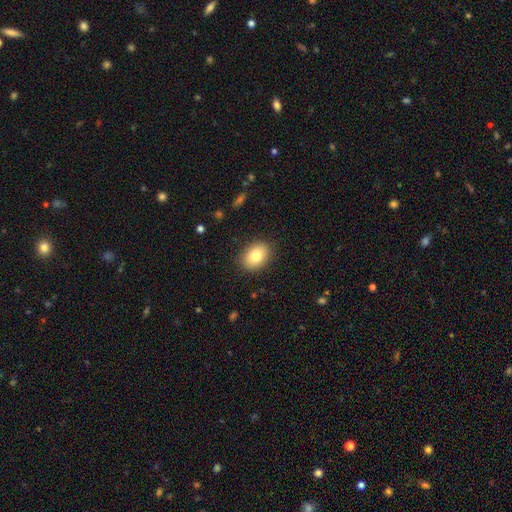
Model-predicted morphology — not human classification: Smooth or featured: smooth — 83% (featured or disk — 10%)
How rounded: in between — 75% (round — 24%)
Merging: none — 87% (minor disturbance — 9%)